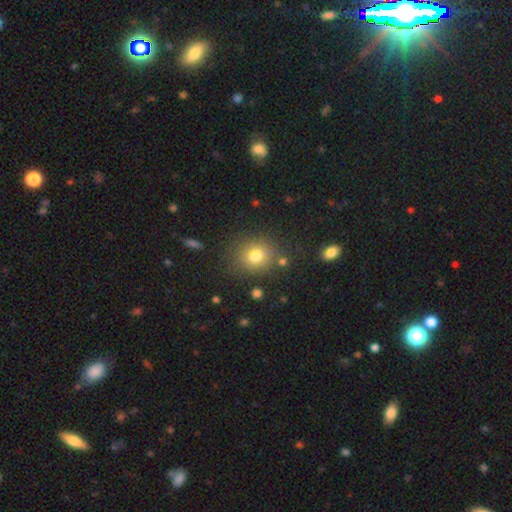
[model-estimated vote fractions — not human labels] This is likely a smooth galaxy (76%). How rounded: likely round (78%). Merging: clearly none (81%).